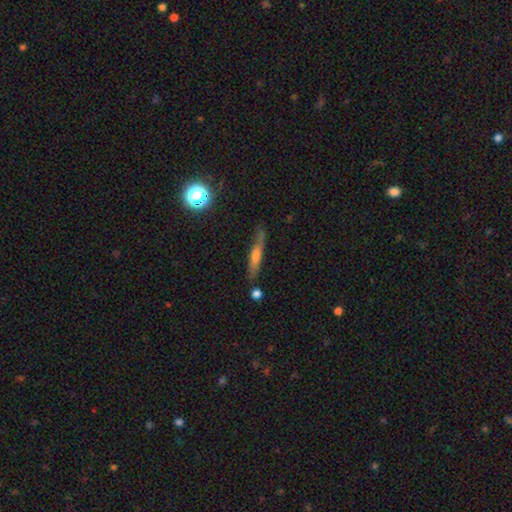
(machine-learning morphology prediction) smooth-or-featured: featured or disk: 59% | smooth: 29% | star or artifact: 12%
  disk-edge-on: yes: 93% | no: 7%
    edge-on-bulge: rounded: 72% | none: 17% | boxy: 11%
  merging: none: 83% | minor disturbance: 12% | major disturbance: 3% | merger: 3%